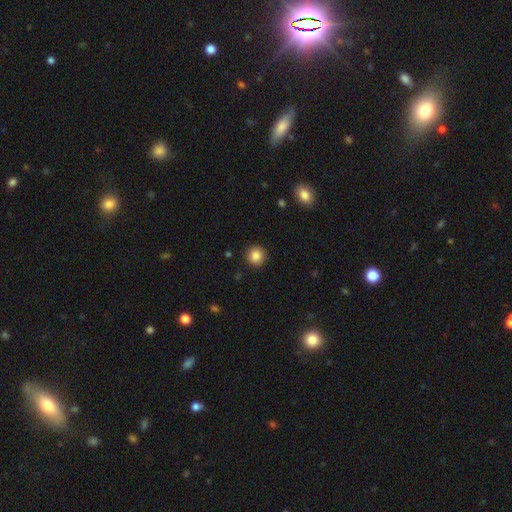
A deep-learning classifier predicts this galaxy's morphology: This is clearly a smooth galaxy (86%). How rounded: clearly round (93%). Merging: clearly none (91%).